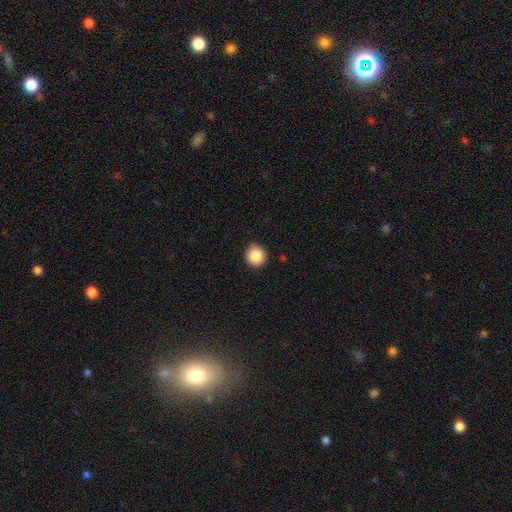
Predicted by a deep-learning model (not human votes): This is clearly a smooth galaxy (87%). How rounded: clearly round (94%). Merging: clearly none (91%).